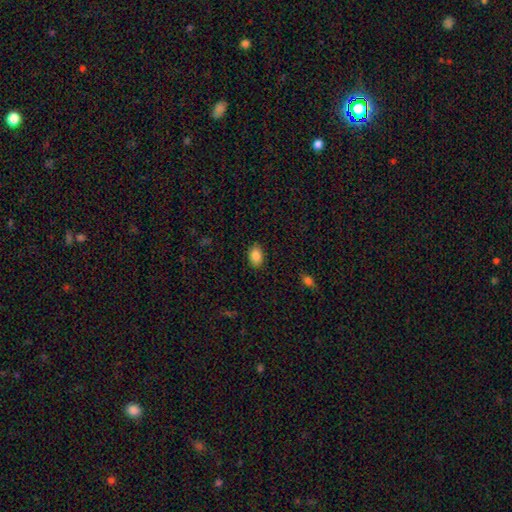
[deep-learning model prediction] A smooth galaxy with no disk features (87%) that is in between round and cigar-shaped (84%). Merging: none (87%).